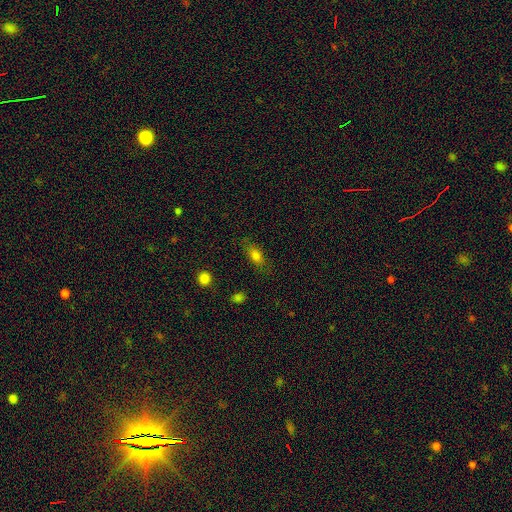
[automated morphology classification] This appears to be a smooth galaxy with no disk features (76%) that is in between round and cigar-shaped (80%). Merging: none (80%).